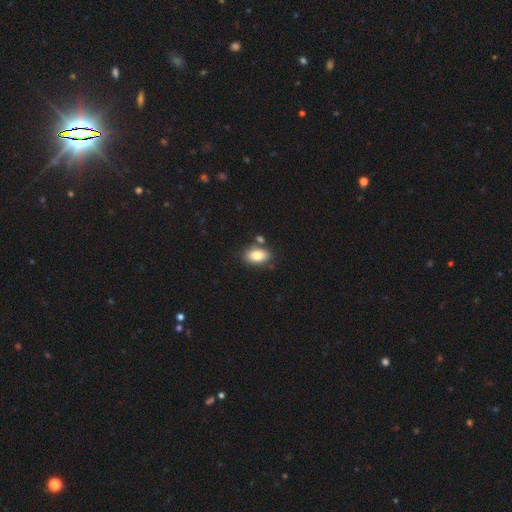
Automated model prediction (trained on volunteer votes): Smooth or featured? smooth (84%)
How rounded? in between (90%)
Merging? none (75%)